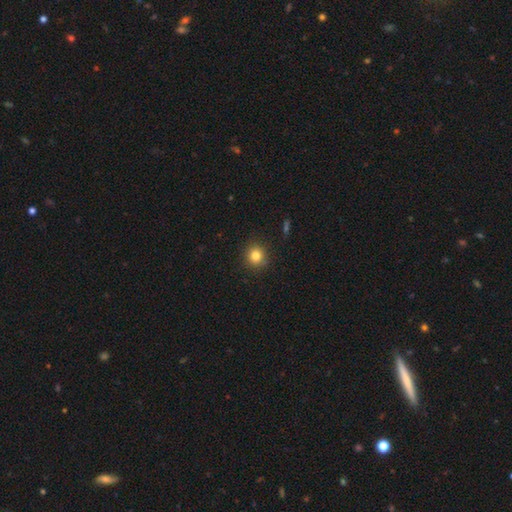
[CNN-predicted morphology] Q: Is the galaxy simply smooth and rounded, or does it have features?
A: smooth — 82%.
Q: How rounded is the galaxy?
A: round — 91%.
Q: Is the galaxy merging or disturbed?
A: none — 90%.